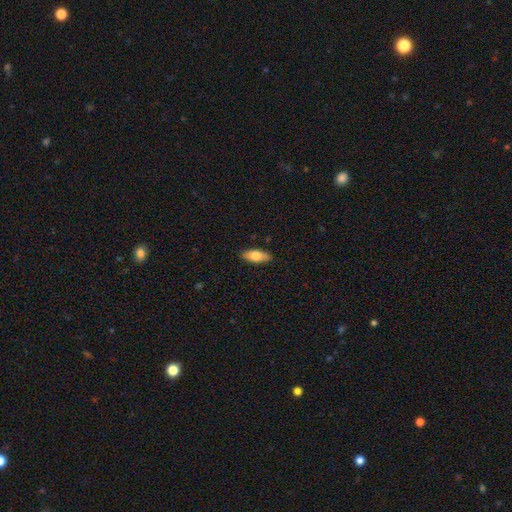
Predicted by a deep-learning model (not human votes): Smooth or featured?
  - smooth: 79% *
  - featured or disk: 15%
  - star or artifact: 6%
How rounded?
  - in between: 80% *
  - cigar-shaped: 17%
  - round: 2%
Merging?
  - none: 87% *
  - minor disturbance: 10%
  - major disturbance: 2%
  - merger: 1%